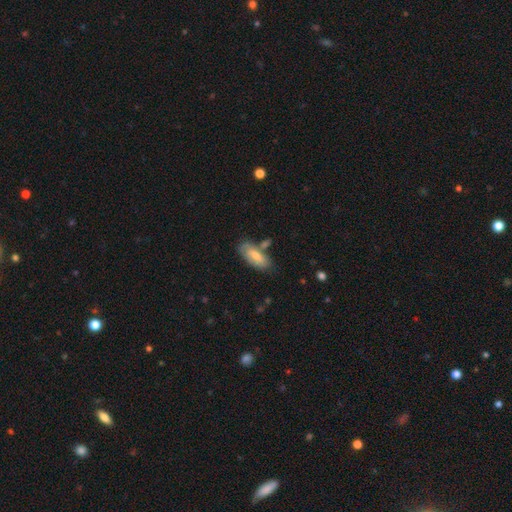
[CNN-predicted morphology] smooth_or_featured: smooth (p=0.61) [alt: featured or disk p=0.33]
how_rounded: in between (p=0.81) [alt: cigar-shaped p=0.17]
merging: none (p=0.62) [alt: minor disturbance p=0.20]